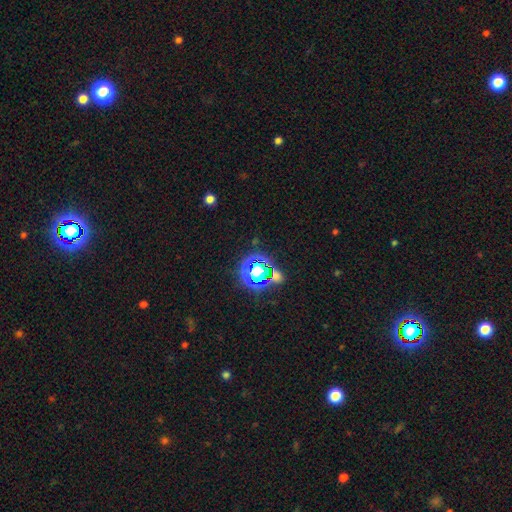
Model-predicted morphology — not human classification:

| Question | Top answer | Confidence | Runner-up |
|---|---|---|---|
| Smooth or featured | star or artifact | 80% | smooth (13%) |